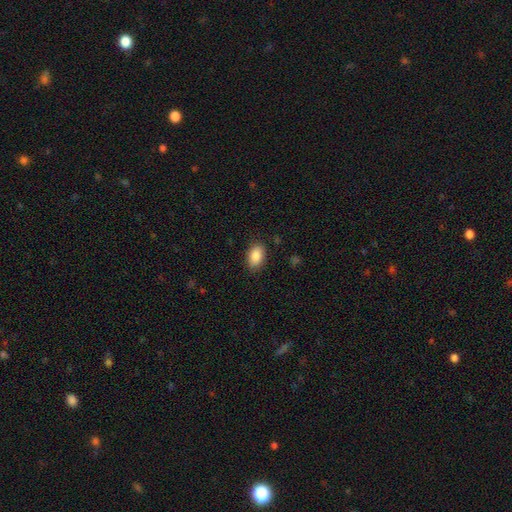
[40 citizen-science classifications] Overall: smooth (92%). How rounded: in between (95%). Merging: none (87%).